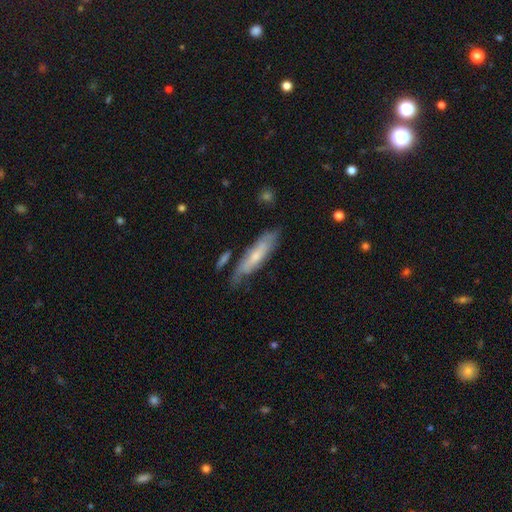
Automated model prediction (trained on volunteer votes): Smooth or featured?
  - smooth: 49% *
  - featured or disk: 45%
  - star or artifact: 6%
Merging?
  - none: 63% *
  - minor disturbance: 25%
  - major disturbance: 7%
  - merger: 5%